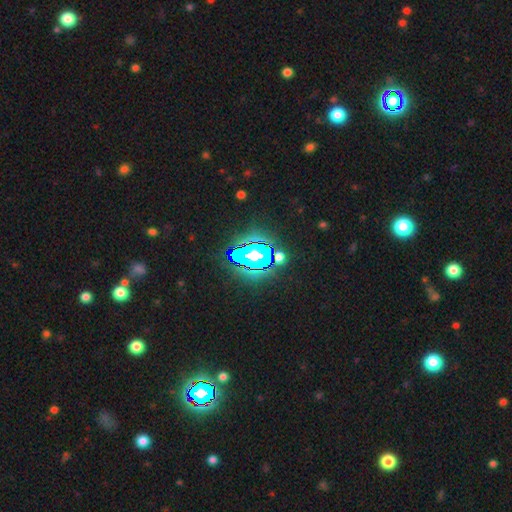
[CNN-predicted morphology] Smooth or featured?
  - star or artifact: 58% *
  - smooth: 24%
  - featured or disk: 18%